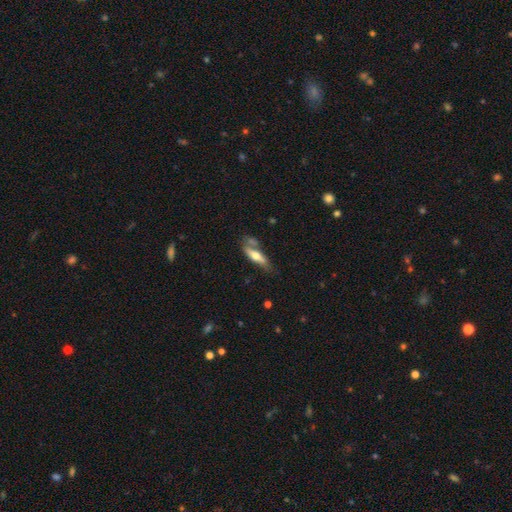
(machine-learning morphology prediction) Smooth or featured? Predicted: smooth (p=0.52). How rounded? Predicted: cigar-shaped (p=0.60). Merging? Predicted: none (p=0.52).